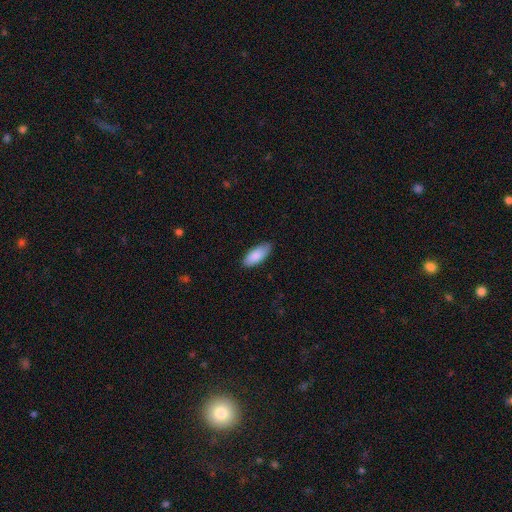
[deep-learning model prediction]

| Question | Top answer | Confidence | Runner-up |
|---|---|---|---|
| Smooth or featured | smooth | 88% | featured or disk (6%) |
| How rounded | in between | 84% | cigar-shaped (14%) |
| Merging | none | 85% | minor disturbance (12%) |